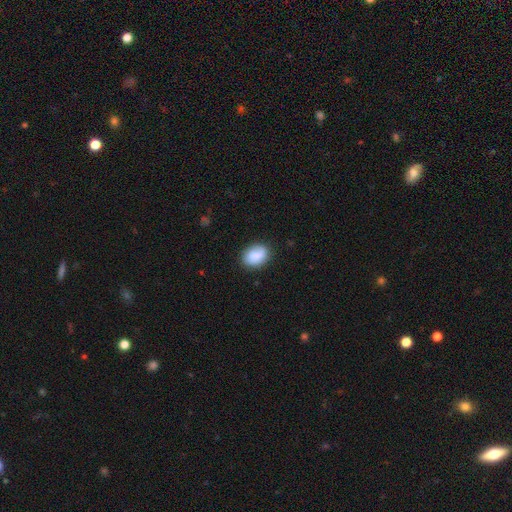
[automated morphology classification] smooth_or_featured: smooth (p=0.85) [alt: featured or disk p=0.08]
how_rounded: in between (p=0.73) [alt: round p=0.26]
merging: none (p=0.81) [alt: minor disturbance p=0.15]